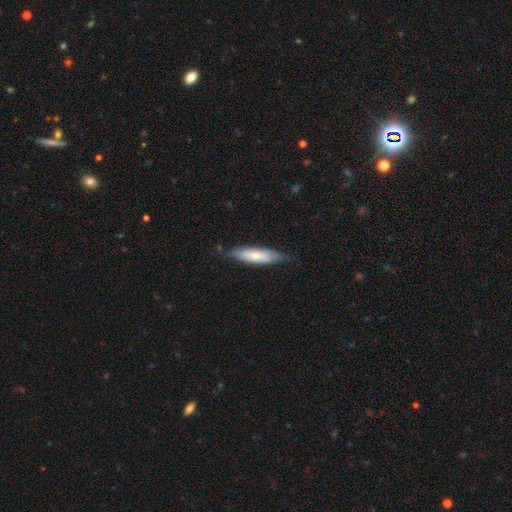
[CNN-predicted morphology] Smooth or featured: smooth — 63% (featured or disk — 31%)
How rounded: cigar-shaped — 67% (in between — 32%)
Merging: none — 73% (minor disturbance — 22%)